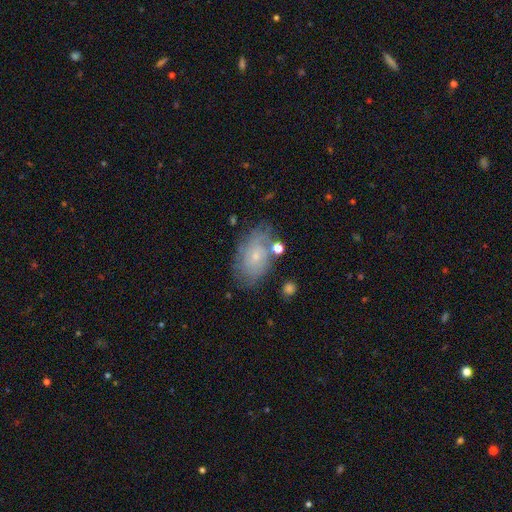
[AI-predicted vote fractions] Smooth or featured? Predicted: featured or disk (p=0.64). Edge-on disk? Predicted: no (p=0.96). Bar? Predicted: no (p=0.77). Spiral arms? Predicted: yes (p=0.82). Spiral winding? Predicted: tight (p=0.67). Spiral arm count? Predicted: can't tell (p=0.57). Bulge size? Predicted: small (p=0.79). Merging? Predicted: none (p=0.68).